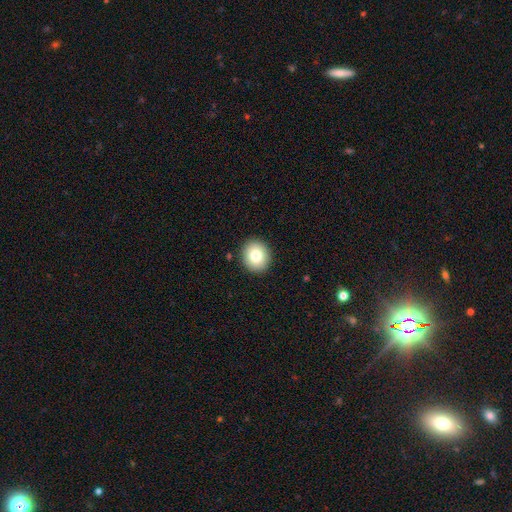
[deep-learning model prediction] Q: Smooth or featured?
A: smooth (81%); runner-up: featured or disk (10%)
Q: How rounded?
A: round (77%); runner-up: in between (22%)
Q: Merging?
A: none (91%); runner-up: minor disturbance (6%)